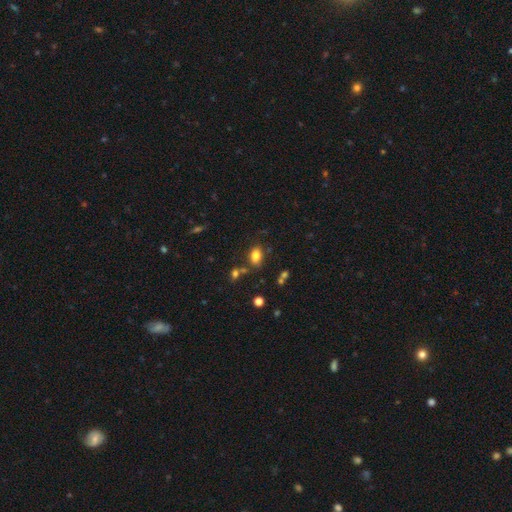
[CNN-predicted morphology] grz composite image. It shows a smooth galaxy with no disk features (81%) that is in between round and cigar-shaped (85%). Merging: none (73%).